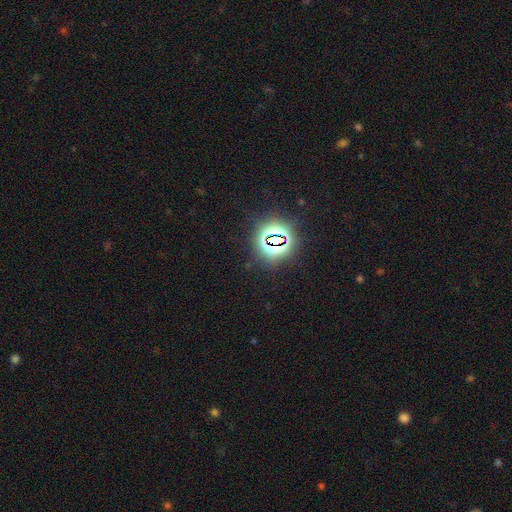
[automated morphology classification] star or artifact 84%, smooth 11%, featured or disk 6%.